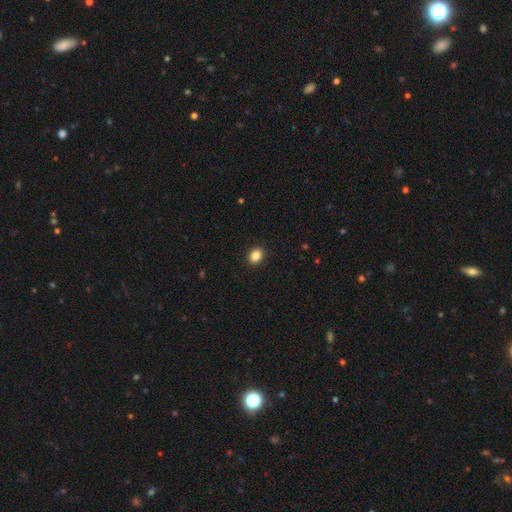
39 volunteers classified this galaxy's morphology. Smooth or featured? 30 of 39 (77%) said smooth. How rounded? 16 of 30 (53%) said in between. Merging? 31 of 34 (91%) said none.